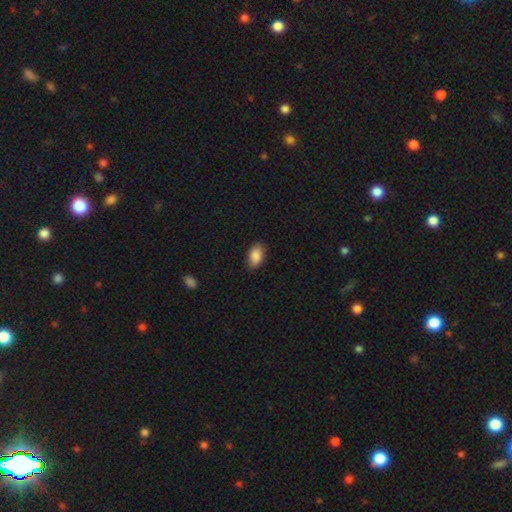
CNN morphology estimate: This appears to be a smooth galaxy with no disk features (88%) that is in between round and cigar-shaped (91%). Merging: none (84%).